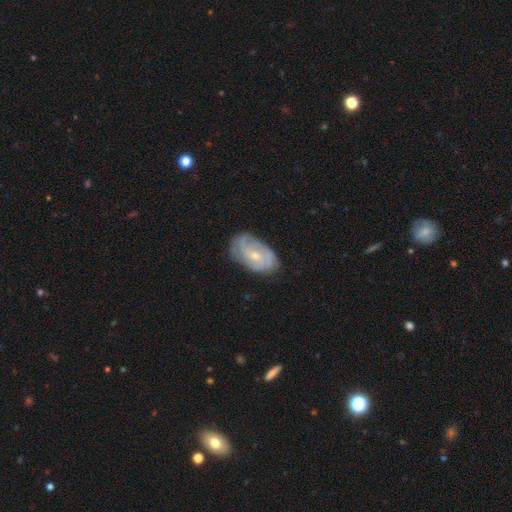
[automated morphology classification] smooth-or-featured: featured or disk: 73% | smooth: 21% | star or artifact: 6%
  disk-edge-on: no: 96% | yes: 4%
    bar: no: 52% | weak: 40% | strong: 8%
    has-spiral-arms: yes: 89% | no: 11%
      spiral-winding: tight: 52% | medium: 35% | loose: 13%
      spiral-arm-count: 2: 41% | can't tell: 32% | 3: 15% | 1: 5% | 4: 4% | more than 4: 3%
    bulge-size: small: 54% | moderate: 42% | none: 2% | large: 1% | dominant: 1%
  merging: none: 71% | minor disturbance: 21% | major disturbance: 6% | merger: 1%